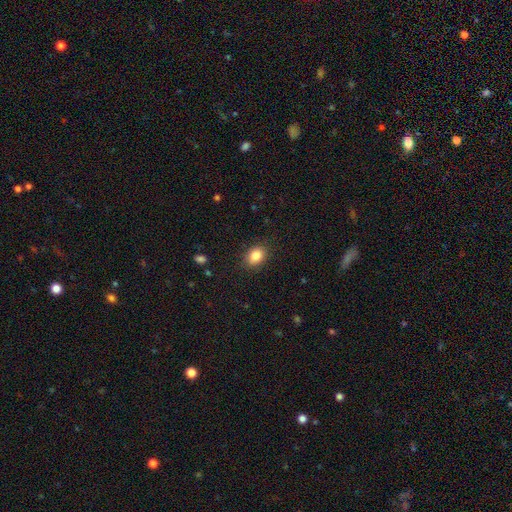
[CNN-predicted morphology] Q: Smooth or featured?
A: smooth (86%); runner-up: star or artifact (9%)
Q: How rounded?
A: in between (67%); runner-up: round (32%)
Q: Merging?
A: none (86%); runner-up: minor disturbance (10%)